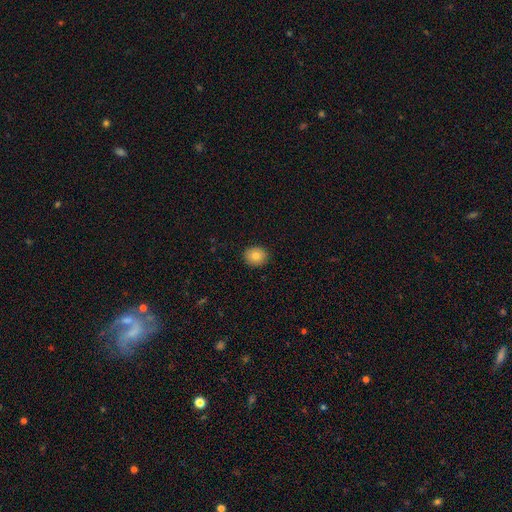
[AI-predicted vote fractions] Overall: smooth (80%). How rounded: round (69%; in between 30%). Merging: none (90%).